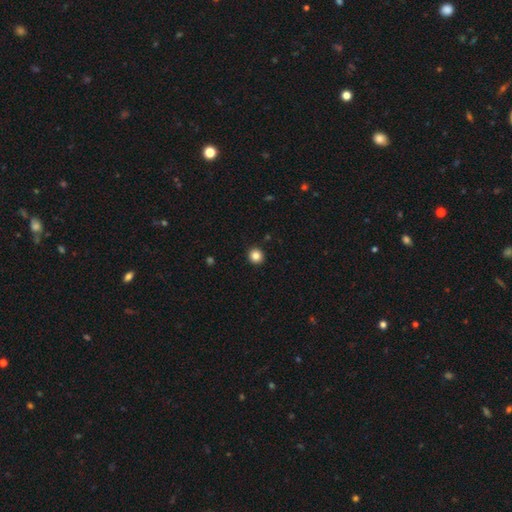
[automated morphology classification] smooth_or_featured: smooth (p=0.85) [alt: star or artifact p=0.11]
how_rounded: round (p=0.94) [alt: in between p=0.05]
merging: none (p=0.93) [alt: minor disturbance p=0.04]